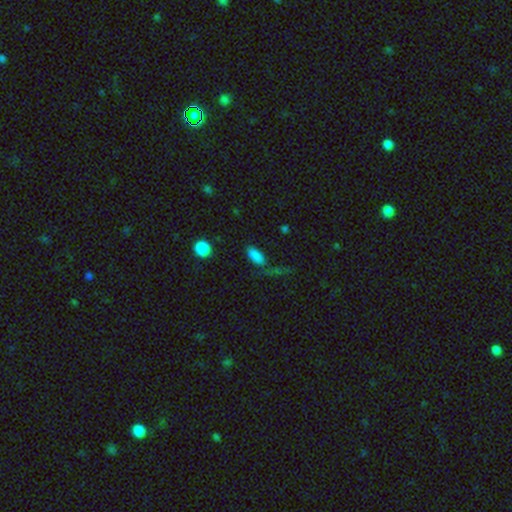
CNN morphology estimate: type=smooth (84%); roundness=in between (87%); merging=none (64%).